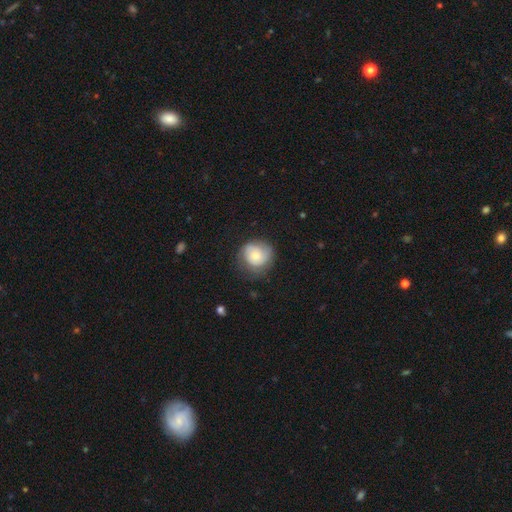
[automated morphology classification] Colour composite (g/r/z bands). It shows a smooth galaxy with no disk features (55%) that is round (84%). Merging: none (66%).